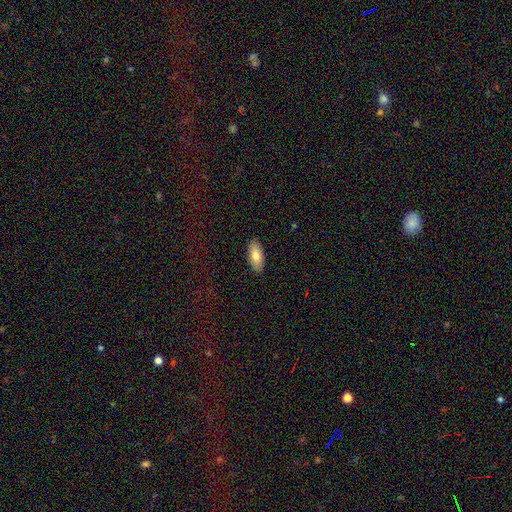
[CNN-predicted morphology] Q: Smooth or featured?
A: smooth (78%); runner-up: featured or disk (15%)
Q: How rounded?
A: in between (85%); runner-up: cigar-shaped (12%)
Q: Merging?
A: none (89%); runner-up: minor disturbance (9%)